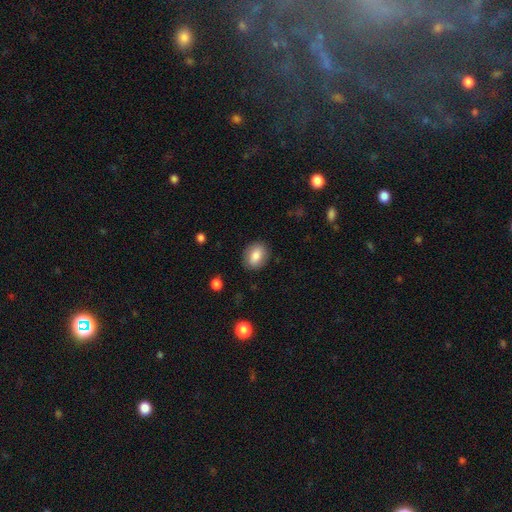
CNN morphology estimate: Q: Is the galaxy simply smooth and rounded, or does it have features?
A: smooth — 83%.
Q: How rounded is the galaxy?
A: in between — 68%.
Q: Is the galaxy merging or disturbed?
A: none — 85%.